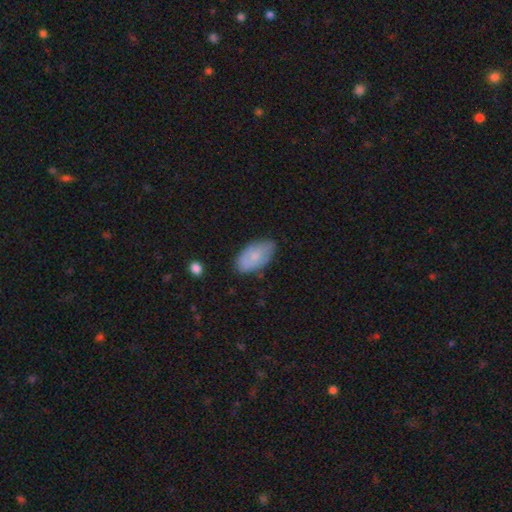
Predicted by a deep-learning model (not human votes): smooth-or-featured: smooth: 67% | featured or disk: 27% | star or artifact: 6%
  how-rounded: in between: 94% | round: 3% | cigar-shaped: 2%
  merging: none: 73% | minor disturbance: 22% | major disturbance: 4% | merger: 2%